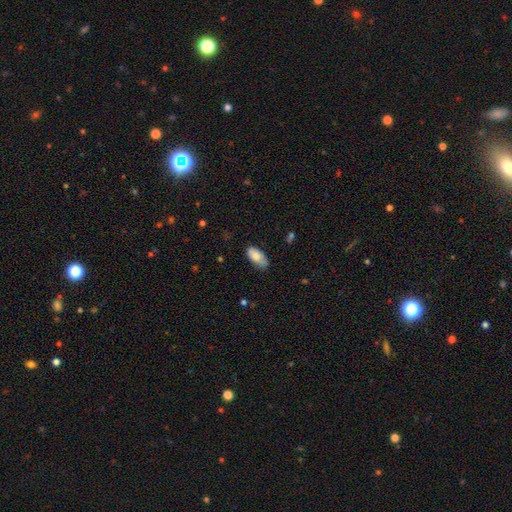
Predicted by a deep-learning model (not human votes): smooth-or-featured: smooth: 77% | featured or disk: 17% | star or artifact: 6%
  how-rounded: in between: 93% | cigar-shaped: 4% | round: 2%
  merging: none: 68% | minor disturbance: 26% | major disturbance: 4% | merger: 1%